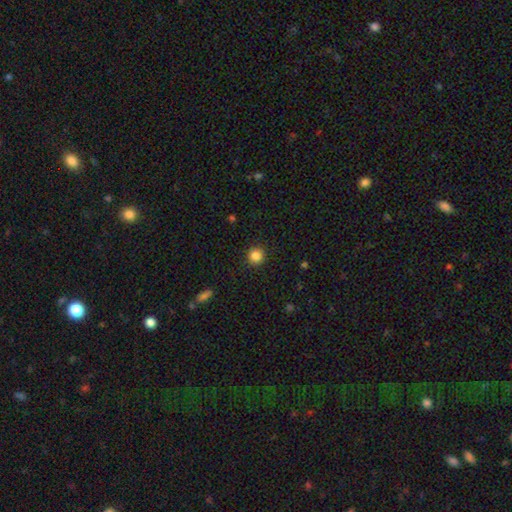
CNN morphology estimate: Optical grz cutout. It shows a smooth galaxy with no disk features (85%) that is round (94%). Merging: none (92%).